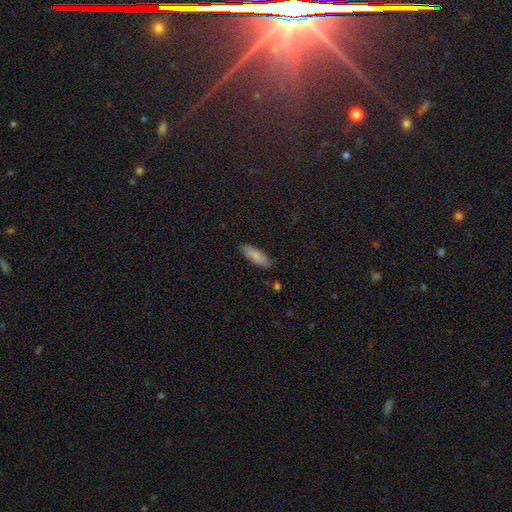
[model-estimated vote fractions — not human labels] Smooth or featured? Predicted: smooth (p=0.84). How rounded? Predicted: in between (p=0.59). Merging? Predicted: none (p=0.87).